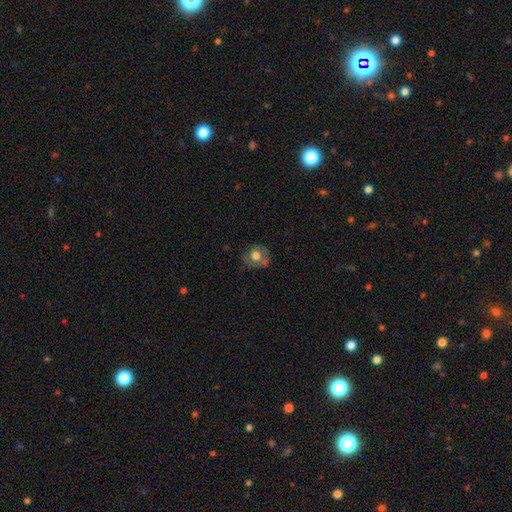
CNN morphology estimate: Smooth or featured? smooth (63%)
How rounded? round (78%)
Merging? none (59%)